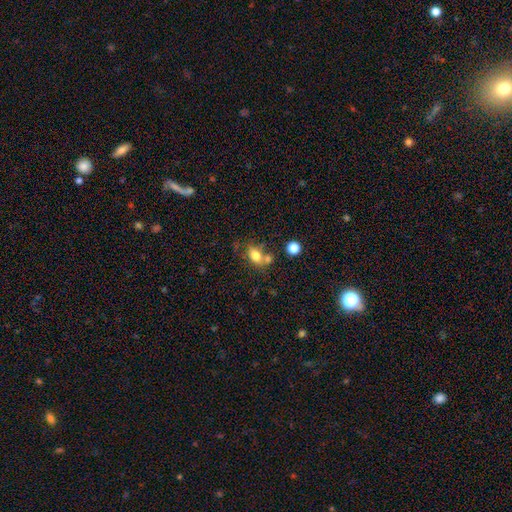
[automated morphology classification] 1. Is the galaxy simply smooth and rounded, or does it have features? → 74% smooth, 14% featured or disk, 11% star or artifact.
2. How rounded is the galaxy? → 73% in between, 24% round, 3% cigar-shaped.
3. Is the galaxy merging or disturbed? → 46% none, 29% merger, 17% minor disturbance, 8% major disturbance.